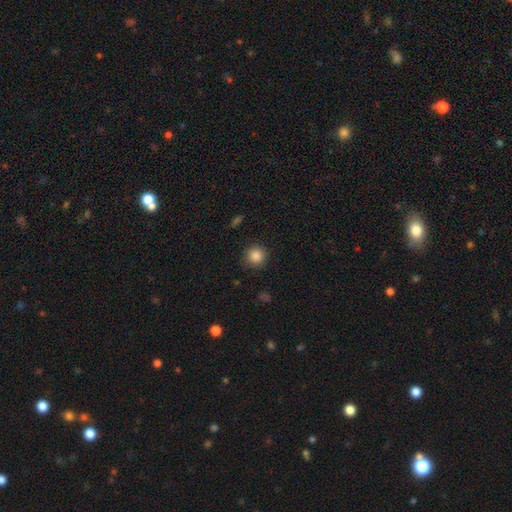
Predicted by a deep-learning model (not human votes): This appears to be a smooth galaxy with no disk features (86%) that is round (92%). Merging: none (86%).